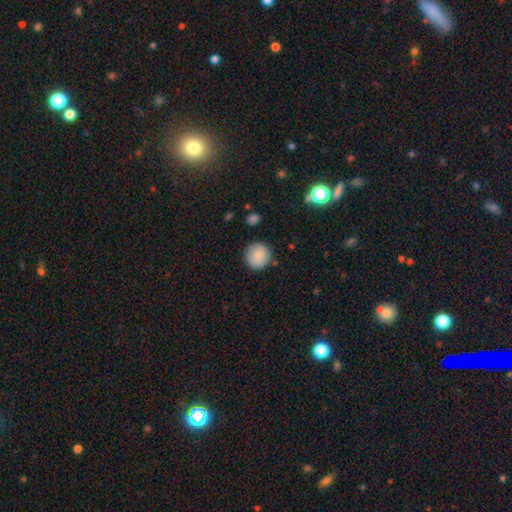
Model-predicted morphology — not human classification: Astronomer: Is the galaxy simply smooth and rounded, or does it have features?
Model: smooth — 85%.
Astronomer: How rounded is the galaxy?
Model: round — 94%.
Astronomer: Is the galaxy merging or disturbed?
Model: none — 87%.